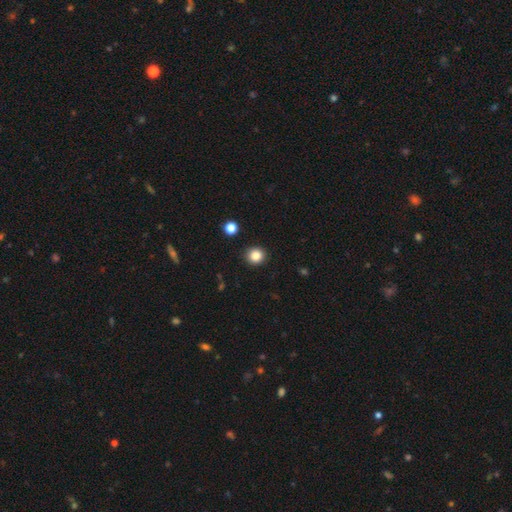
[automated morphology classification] smooth_or_featured: smooth (p=0.85) [alt: star or artifact p=0.11]
how_rounded: round (p=0.89) [alt: in between p=0.10]
merging: none (p=0.91) [alt: minor disturbance p=0.06]